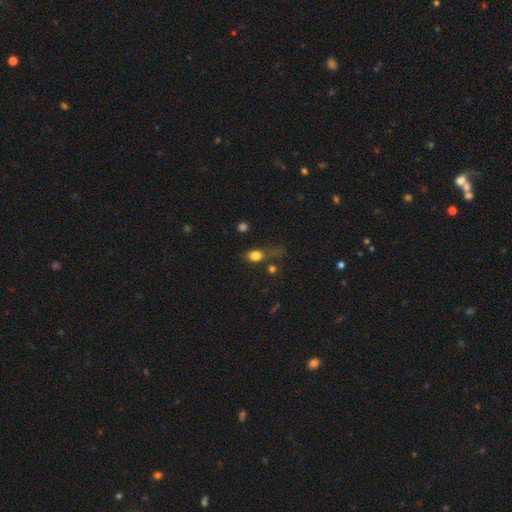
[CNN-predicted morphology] smooth 80%, star or artifact 12%, featured or disk 8%. Down the decision tree: how rounded — in between (61%); merging — none (48%).